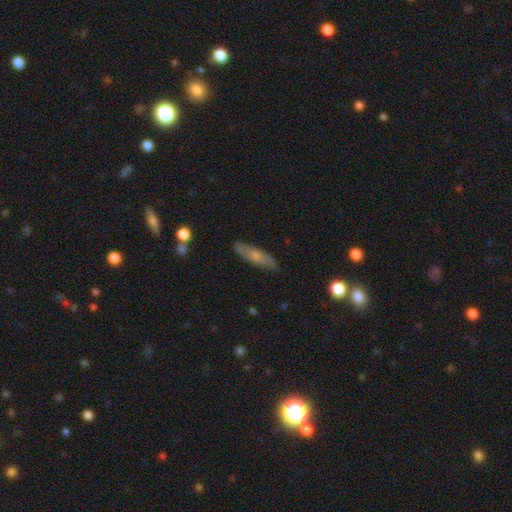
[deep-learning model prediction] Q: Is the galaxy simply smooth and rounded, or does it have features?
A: smooth — 54%.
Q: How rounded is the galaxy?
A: cigar-shaped — 62%.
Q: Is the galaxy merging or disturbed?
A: none — 83%.